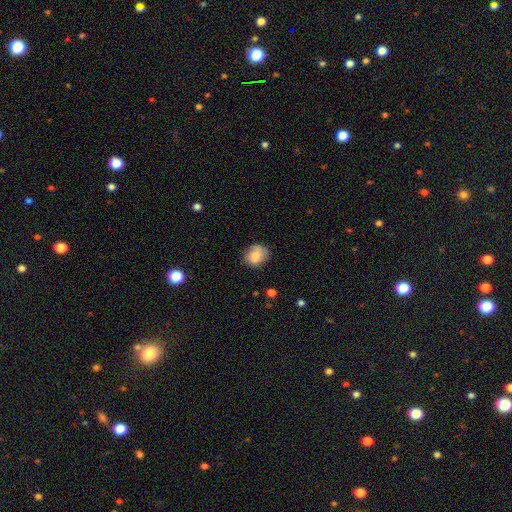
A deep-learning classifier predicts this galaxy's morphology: This appears to be a smooth galaxy with no disk features (79%) that is round (58%). Merging: none (69%).